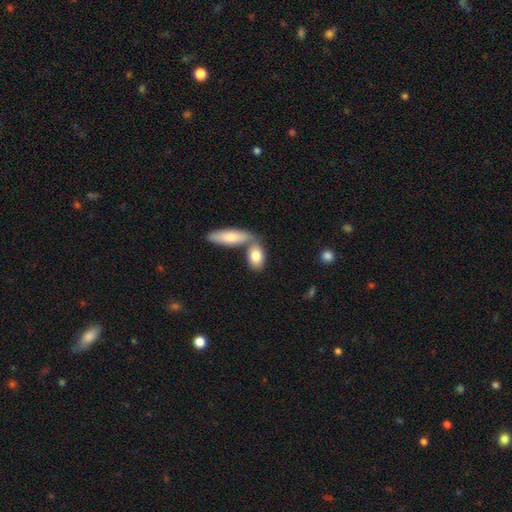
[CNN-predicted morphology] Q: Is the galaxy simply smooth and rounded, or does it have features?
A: smooth — 80%.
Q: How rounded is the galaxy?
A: in between — 82%.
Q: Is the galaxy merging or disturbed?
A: none — 44%.